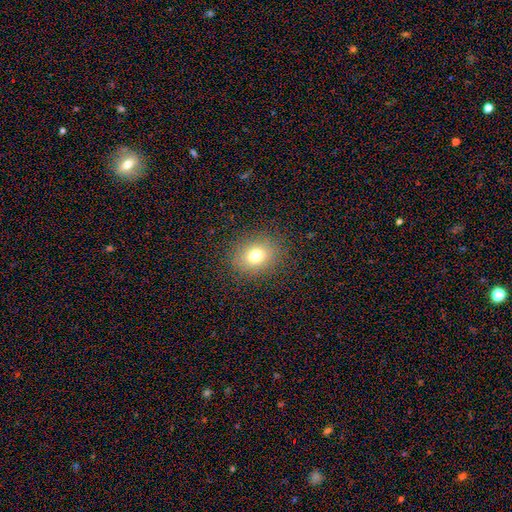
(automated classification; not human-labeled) Smooth or featured?
  - smooth: 74% *
  - star or artifact: 15%
  - featured or disk: 11%
How rounded?
  - round: 60% *
  - in between: 40%
  - cigar-shaped: 1%
Merging?
  - none: 86% *
  - minor disturbance: 9%
  - major disturbance: 4%
  - merger: 1%